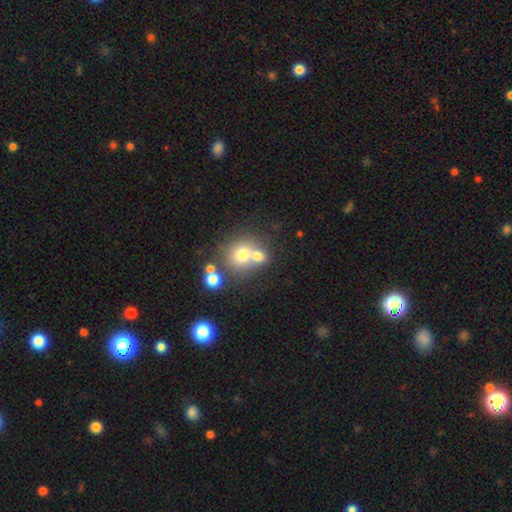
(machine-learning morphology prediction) This appears to be a smooth galaxy with no disk features (67%) that is round (78%). Merging: merger (47%).